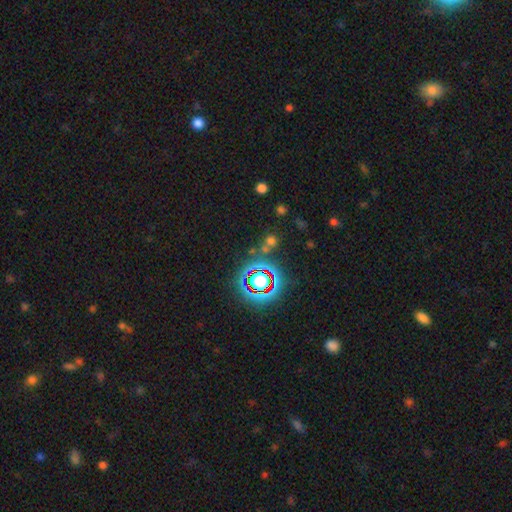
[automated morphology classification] star or artifact 78%, smooth 13%, featured or disk 9%.